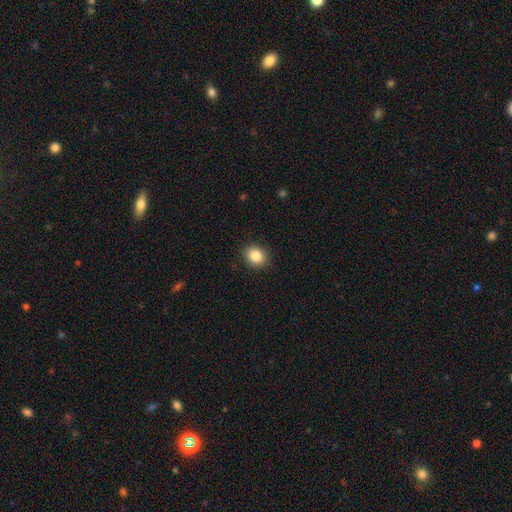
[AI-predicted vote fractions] Q: Smooth or featured?
A: smooth (86%); runner-up: star or artifact (9%)
Q: How rounded?
A: round (55%); runner-up: in between (44%)
Q: Merging?
A: none (90%); runner-up: minor disturbance (7%)